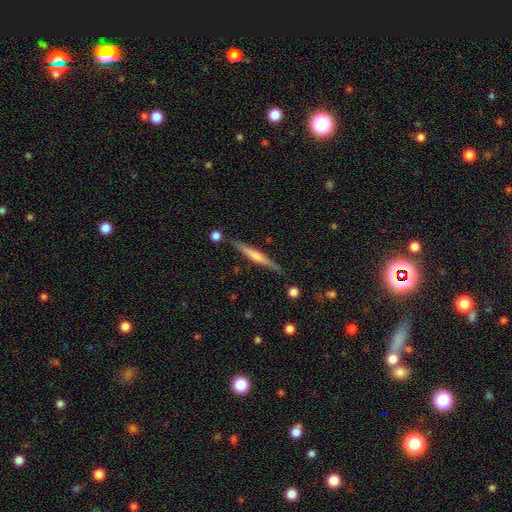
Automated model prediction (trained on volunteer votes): A featured or disk galaxy (67%) viewed edge-on (98%) with a rounded central bulge (62%). Merging: none (86%).